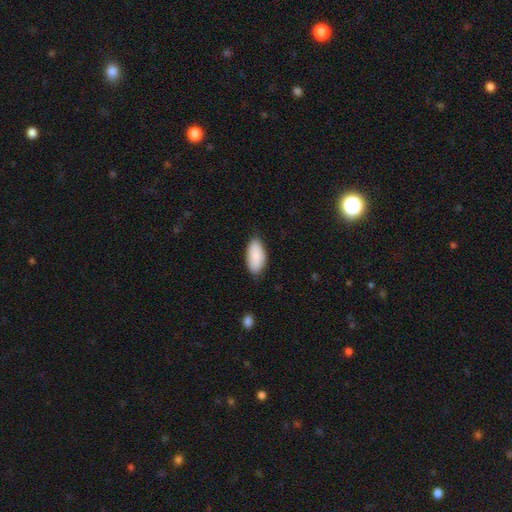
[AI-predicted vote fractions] smooth 89%, star or artifact 6%, featured or disk 5%. Down the decision tree: how rounded — in between (93%); merging — none (83%).